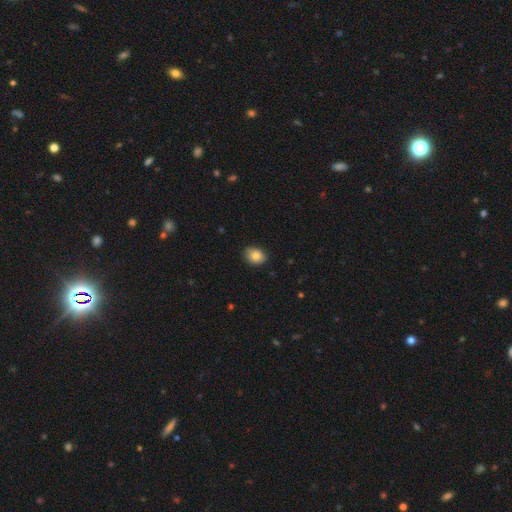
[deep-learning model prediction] This is clearly a smooth galaxy (83%). How rounded: likely in between (61%). Merging: clearly none (86%).